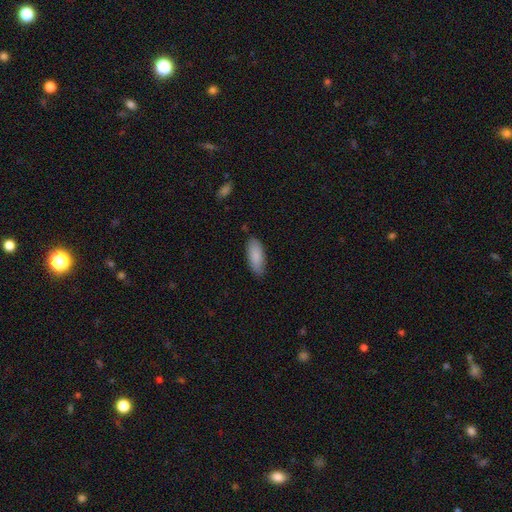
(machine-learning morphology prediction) smooth 86%, featured or disk 8%, star or artifact 6%. Down the decision tree: how rounded — in between (78%); merging — none (80%).